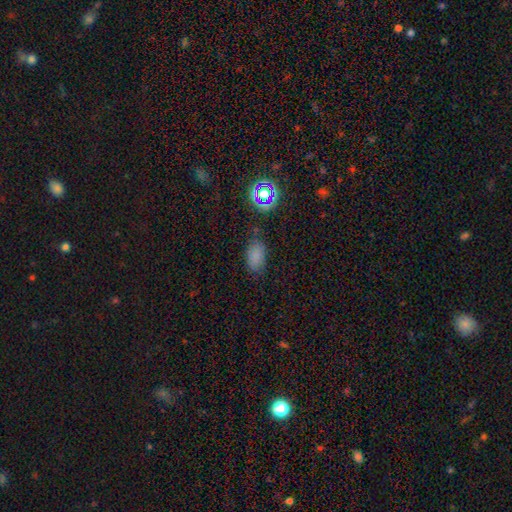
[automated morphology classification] smooth_or_featured: smooth (p=0.75) [alt: star or artifact p=0.19]
how_rounded: in between (p=0.90) [alt: round p=0.07]
merging: none (p=0.74) [alt: minor disturbance p=0.17]